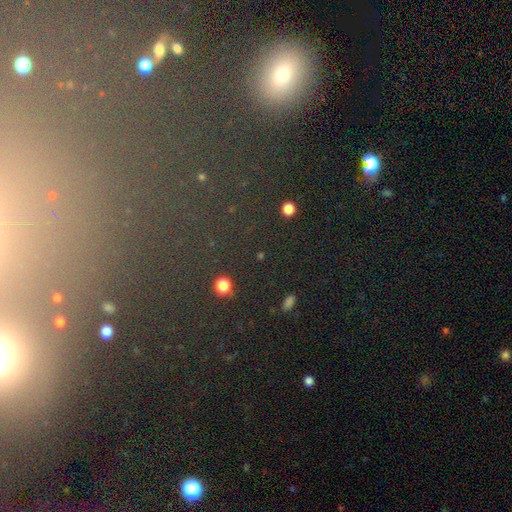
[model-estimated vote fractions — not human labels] Smooth or featured: star or artifact — 57% (smooth — 29%)